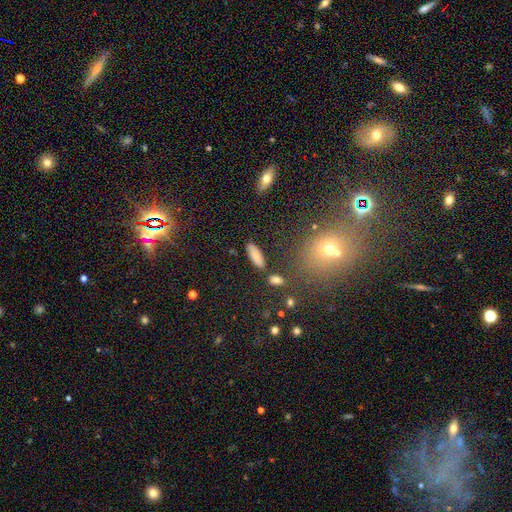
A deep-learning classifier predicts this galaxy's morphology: Smooth or featured?
  - smooth: 81% *
  - featured or disk: 9%
  - star or artifact: 9%
How rounded?
  - in between: 55% *
  - cigar-shaped: 42%
  - round: 3%
Merging?
  - none: 83% *
  - minor disturbance: 10%
  - merger: 4%
  - major disturbance: 3%